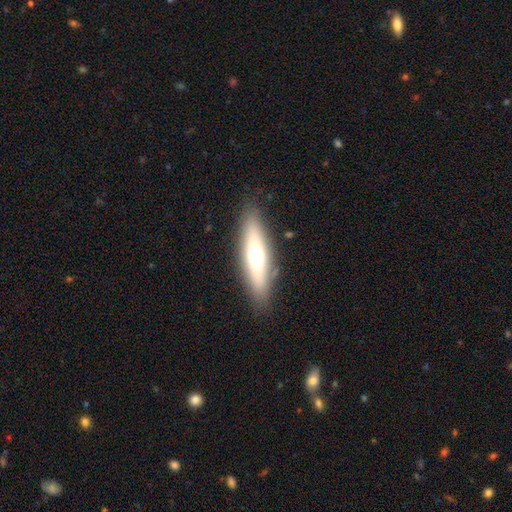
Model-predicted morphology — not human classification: Smooth or featured: smooth — 52% (featured or disk — 40%)
How rounded: cigar-shaped — 60% (in between — 37%)
Merging: none — 86% (minor disturbance — 10%)